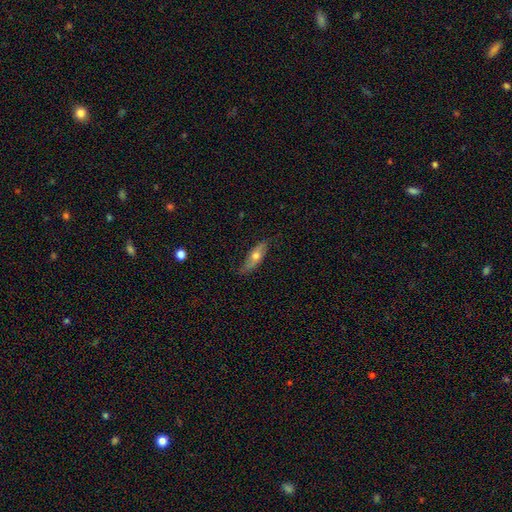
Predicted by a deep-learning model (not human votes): Overall: smooth (54%; featured or disk 40%). How rounded: in between (56%; cigar-shaped 41%). Merging: none (75%).